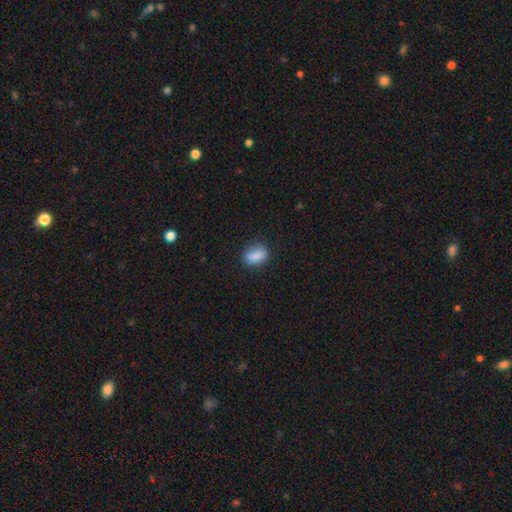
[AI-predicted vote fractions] A smooth galaxy with no disk features (86%) that is in between round and cigar-shaped (79%).

Vote fractions:
- Smooth or featured? smooth: 86% / star or artifact: 9% / featured or disk: 5%
- How rounded? in between: 79% / round: 16% / cigar-shaped: 5%
- Merging? none: 77% / minor disturbance: 17% / major disturbance: 4% / merger: 1%